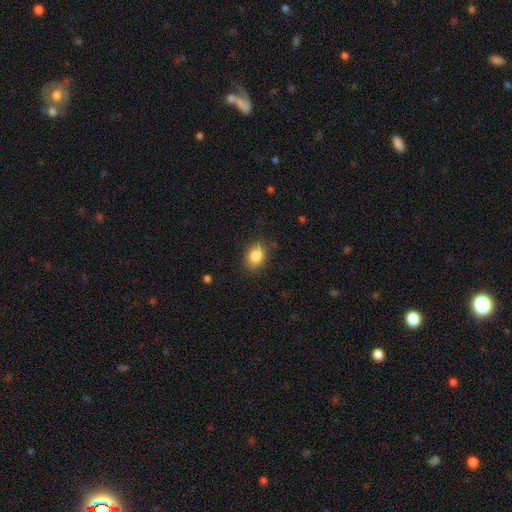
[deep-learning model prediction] Smooth or featured: smooth — 85% (star or artifact — 9%)
How rounded: in between — 67% (round — 32%)
Merging: none — 83% (minor disturbance — 13%)